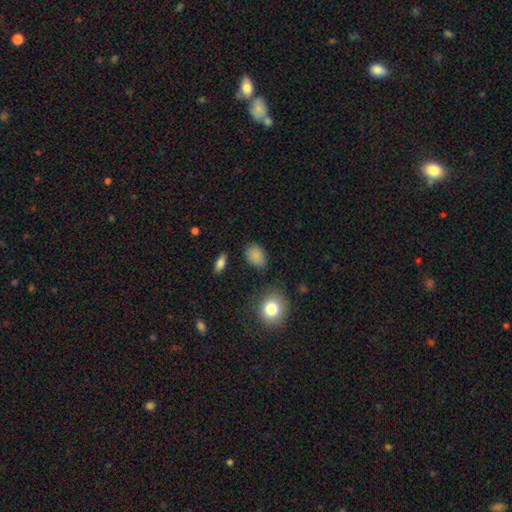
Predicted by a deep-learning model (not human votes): This appears to be a smooth galaxy with no disk features (85%) that is in between round and cigar-shaped (74%). Merging: none (79%).